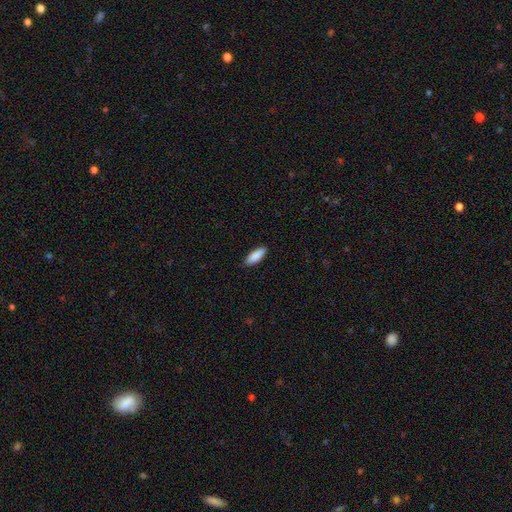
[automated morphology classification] smooth_or_featured: smooth (p=0.89) [alt: star or artifact p=0.05]
how_rounded: in between (p=0.67) [alt: cigar-shaped p=0.31]
merging: none (p=0.89) [alt: minor disturbance p=0.09]